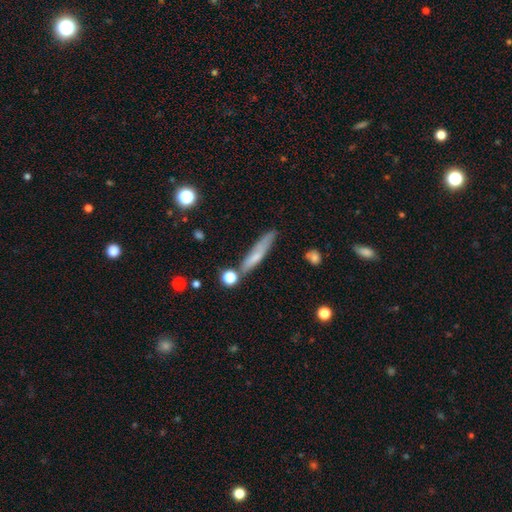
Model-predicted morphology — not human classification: A smooth galaxy with no disk features (63%) that is cigar-shaped (89%). Merging: none (66%).